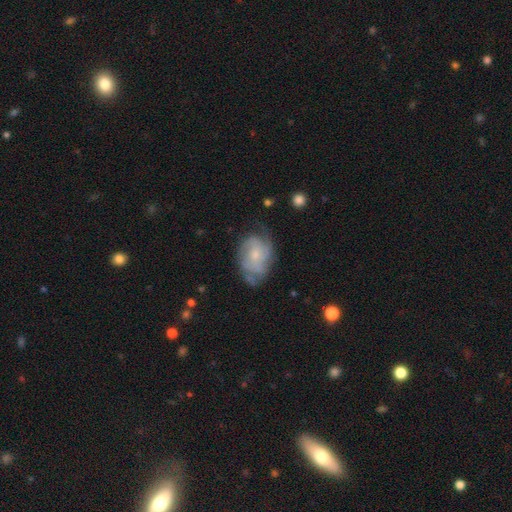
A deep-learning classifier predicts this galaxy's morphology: A featured or disk galaxy (67%) with no bar (73%), tight (47%) spiral arms (86%) and a small central bulge (56%). Merging: none (57%).